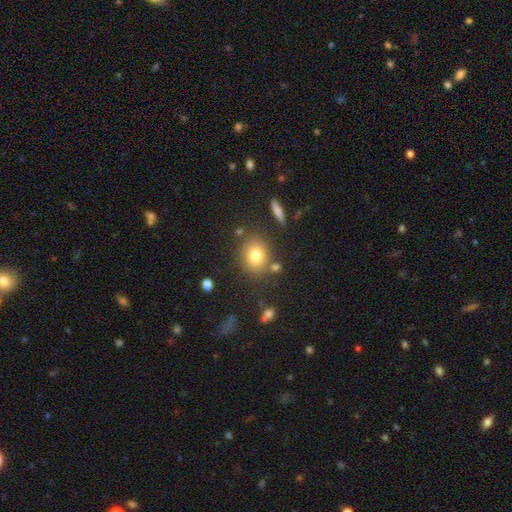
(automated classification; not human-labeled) Morphology: type=smooth (79%); roundness=round (63%); merging=none (77%).